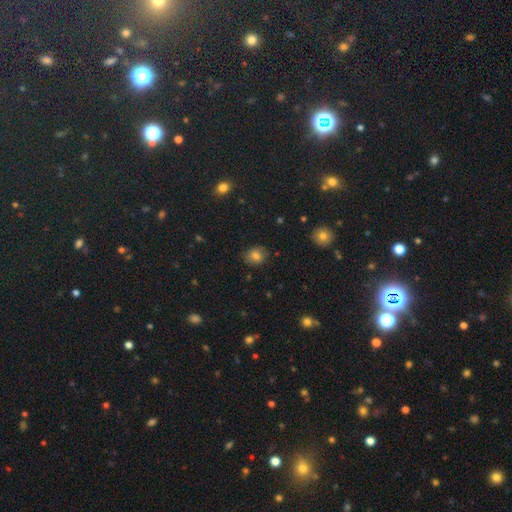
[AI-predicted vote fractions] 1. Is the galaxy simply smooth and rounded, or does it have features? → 78% smooth, 13% star or artifact, 9% featured or disk.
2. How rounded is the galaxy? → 63% round, 36% in between, 1% cigar-shaped.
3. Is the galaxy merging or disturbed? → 82% none, 14% minor disturbance, 3% major disturbance, 1% merger.